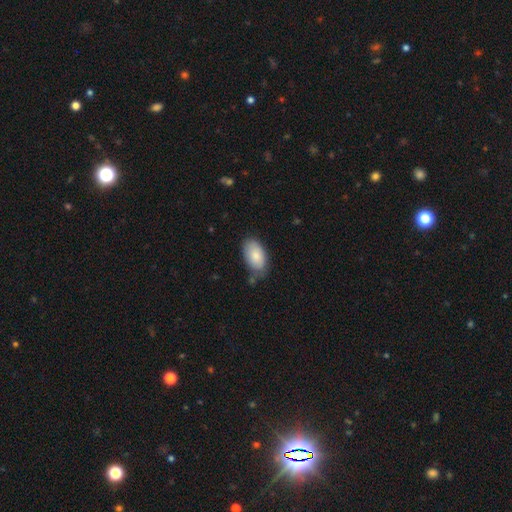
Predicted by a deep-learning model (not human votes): Smooth or featured?
  - smooth: 83% *
  - featured or disk: 11%
  - star or artifact: 6%
How rounded?
  - in between: 94% *
  - round: 4%
  - cigar-shaped: 1%
Merging?
  - none: 71% *
  - minor disturbance: 22%
  - major disturbance: 4%
  - merger: 3%